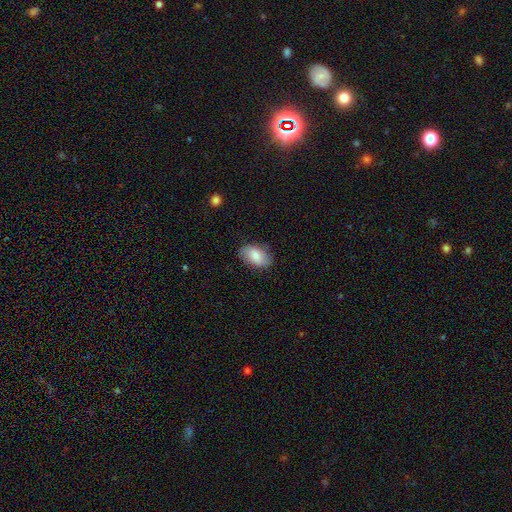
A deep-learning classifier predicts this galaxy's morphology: type=smooth (78%); roundness=in between (92%); merging=none (80%).